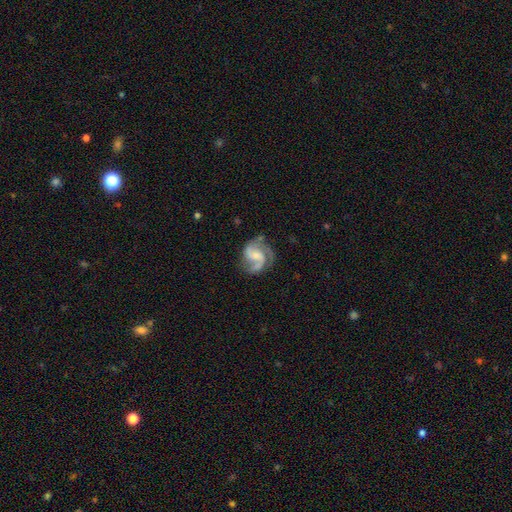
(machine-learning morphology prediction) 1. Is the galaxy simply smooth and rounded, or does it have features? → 87% featured or disk, 8% smooth, 5% star or artifact.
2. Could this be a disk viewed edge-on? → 98% no, 2% yes.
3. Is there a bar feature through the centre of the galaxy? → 50% no, 40% weak, 10% strong.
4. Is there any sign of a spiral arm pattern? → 97% yes, 3% no.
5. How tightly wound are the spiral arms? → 57% medium, 23% loose, 21% tight.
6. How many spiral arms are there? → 72% 2, 16% 3, 4% can't tell, 3% 1, 2% 4, 2% more than 4.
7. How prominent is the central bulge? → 54% small, 29% moderate, 13% none, 3% large, 1% dominant.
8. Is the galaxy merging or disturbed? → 65% none, 21% minor disturbance, 12% major disturbance, 2% merger.